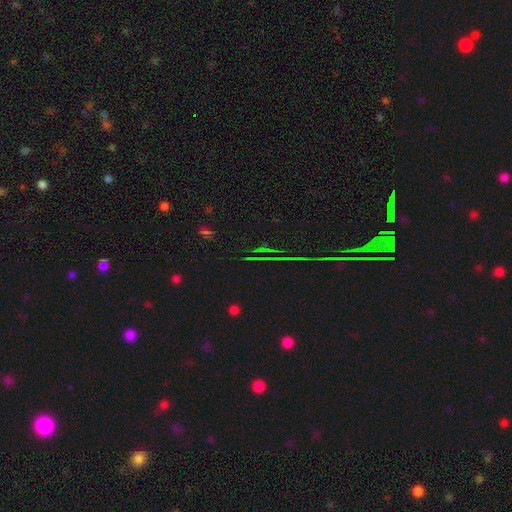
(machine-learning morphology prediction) Q: Smooth or featured?
A: star or artifact (77%); runner-up: smooth (12%)